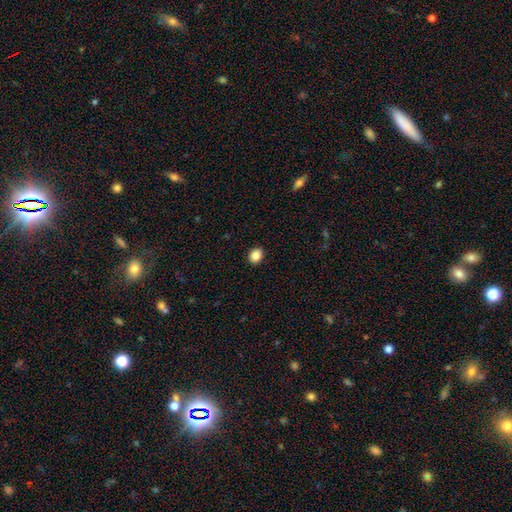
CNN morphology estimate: Overall: smooth (87%). How rounded: round (60%; in between 40%). Merging: none (91%).